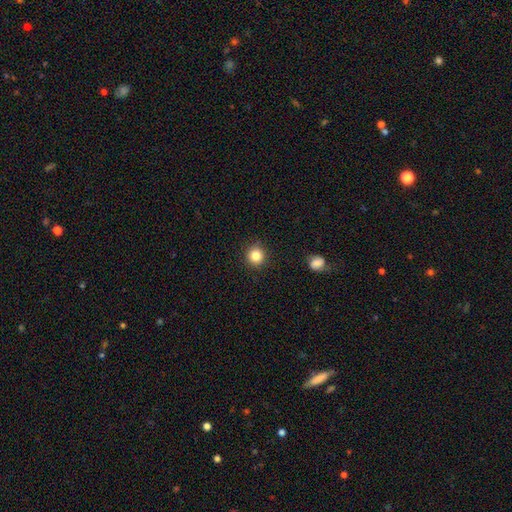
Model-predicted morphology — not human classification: This is clearly a smooth galaxy (84%). How rounded: clearly round (93%). Merging: clearly none (91%).